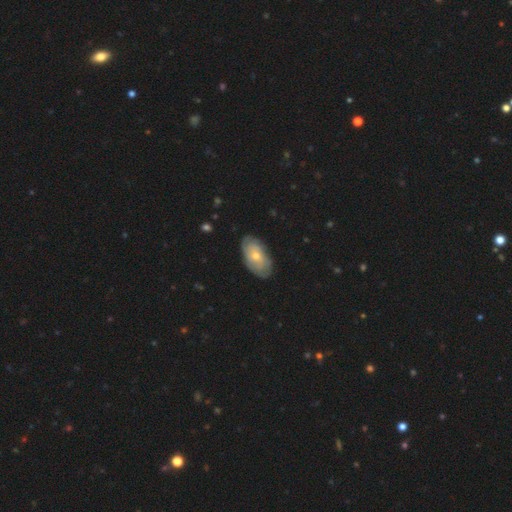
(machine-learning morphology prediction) A smooth galaxy with no disk features (49%). Merging: none (78%).